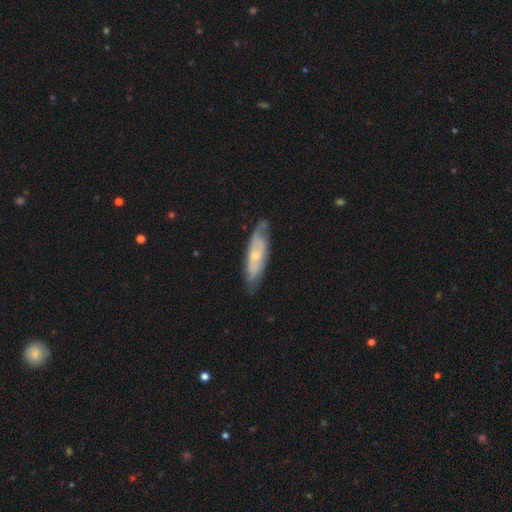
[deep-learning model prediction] Q: Smooth or featured?
A: featured or disk (63%); runner-up: smooth (31%)
Q: Edge-on disk?
A: no (71%); runner-up: yes (29%)
Q: Merging?
A: none (71%); runner-up: minor disturbance (22%)